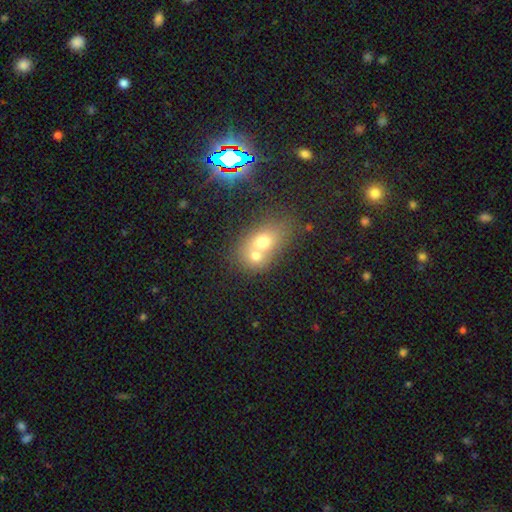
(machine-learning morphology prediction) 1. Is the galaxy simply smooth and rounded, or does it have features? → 65% smooth, 24% featured or disk, 11% star or artifact.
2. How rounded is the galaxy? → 55% in between, 43% round, 2% cigar-shaped.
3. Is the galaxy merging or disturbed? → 69% merger, 21% none, 6% minor disturbance, 4% major disturbance.